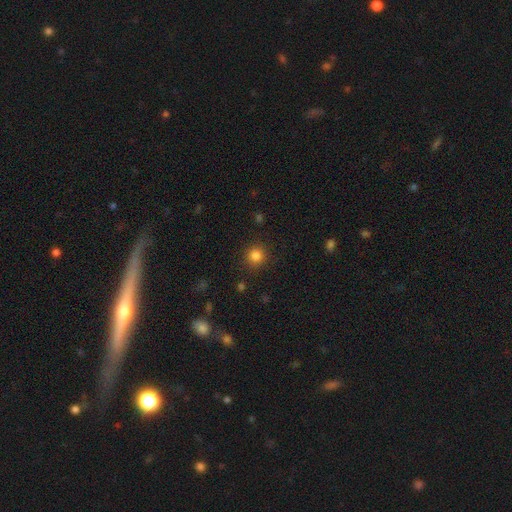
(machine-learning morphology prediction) This appears to be a smooth galaxy with no disk features (83%) that is round (93%). Merging: none (89%).